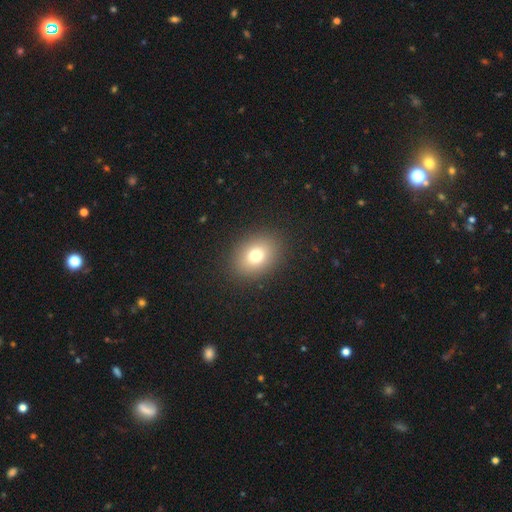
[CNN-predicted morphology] Smooth or featured: smooth — 75% (star or artifact — 13%)
How rounded: in between — 56% (round — 43%)
Merging: none — 89% (minor disturbance — 7%)